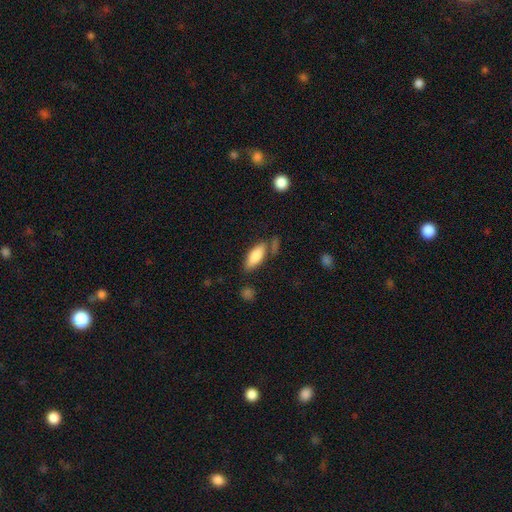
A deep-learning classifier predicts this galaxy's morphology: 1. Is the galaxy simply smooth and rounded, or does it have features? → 80% smooth, 13% featured or disk, 6% star or artifact.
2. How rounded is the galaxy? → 73% in between, 24% cigar-shaped, 2% round.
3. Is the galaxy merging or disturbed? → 65% none, 19% minor disturbance, 10% merger, 6% major disturbance.